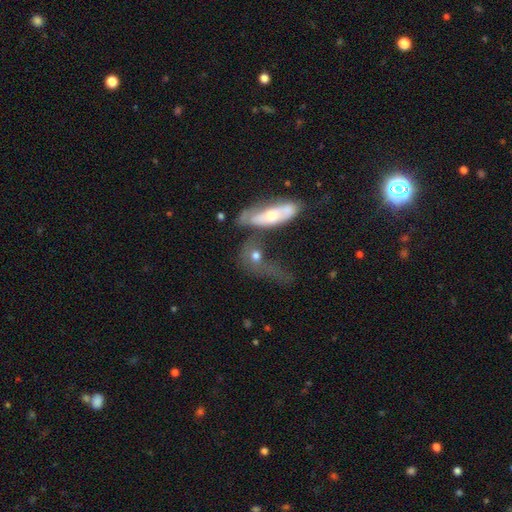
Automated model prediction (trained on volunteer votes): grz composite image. It shows a smooth galaxy with no disk features (58%) that is in between round and cigar-shaped (51%). Merging: merger (45%).